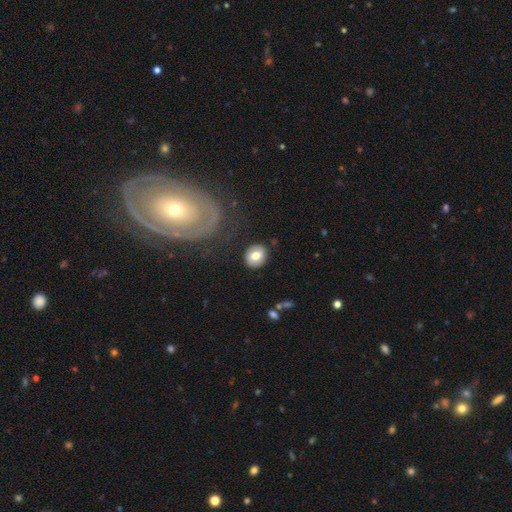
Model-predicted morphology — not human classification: Q: Smooth or featured?
A: smooth (72%); runner-up: featured or disk (20%)
Q: How rounded?
A: round (64%); runner-up: in between (35%)
Q: Merging?
A: none (86%); runner-up: minor disturbance (9%)